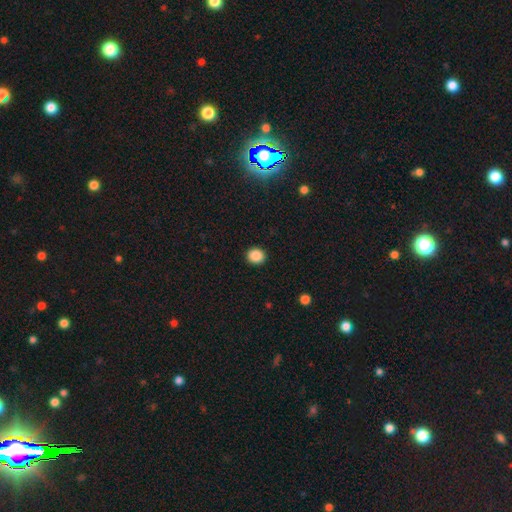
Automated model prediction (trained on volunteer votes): smooth-or-featured: smooth: 88% | star or artifact: 9% | featured or disk: 3%
  how-rounded: round: 83% | in between: 16% | cigar-shaped: 1%
  merging: none: 92% | minor disturbance: 5% | major disturbance: 2% | merger: 1%